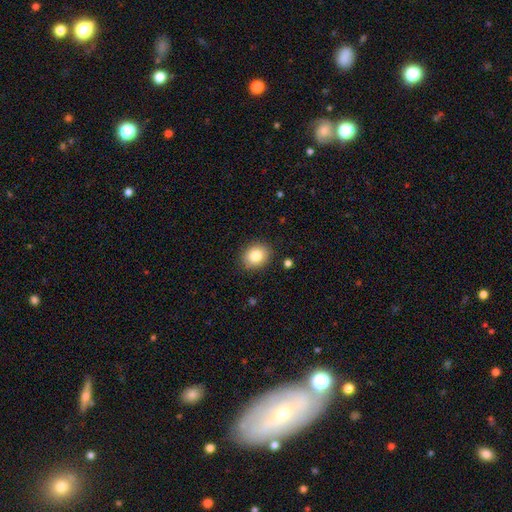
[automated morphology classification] type=smooth (84%); roundness=round (52%); merging=none (87%).